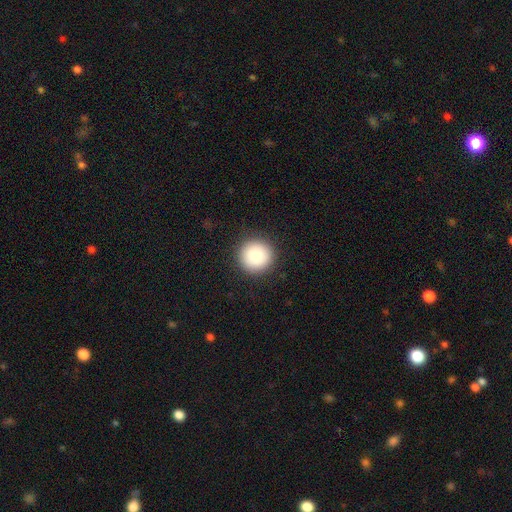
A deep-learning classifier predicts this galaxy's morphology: This appears to be a smooth galaxy with no disk features (87%) that is round (95%). Merging: none (91%).